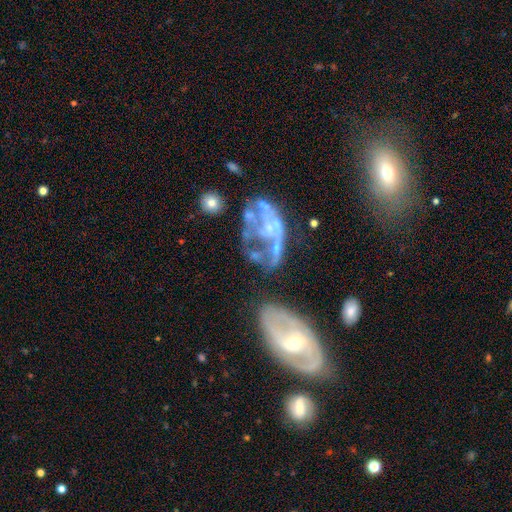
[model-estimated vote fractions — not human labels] Overall: featured or disk (67%). Edge-on disk: no (96%). Bar: no (82%). Spiral arms: no (71%). Bulge size: none (47%; small 30%). Merging: major disturbance (35%; merger 29%).